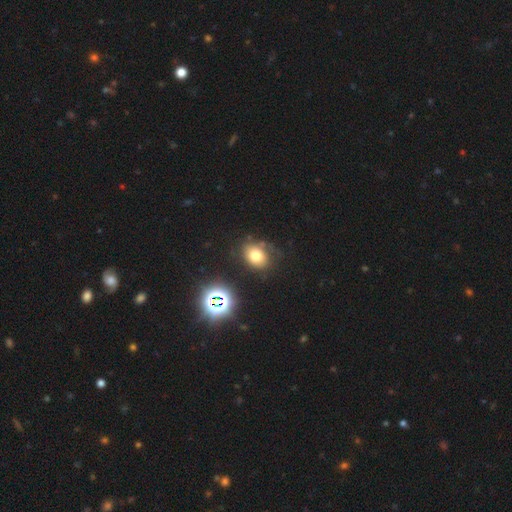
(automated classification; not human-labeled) Smooth or featured? Predicted: smooth (p=0.69). How rounded? Predicted: in between (p=0.60). Merging? Predicted: none (p=0.70).